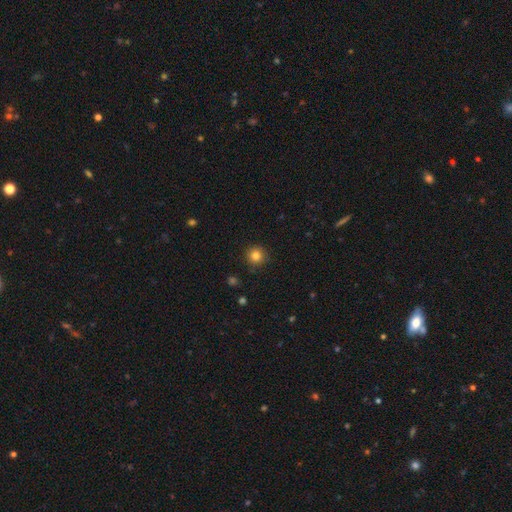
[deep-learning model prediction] Morphology: type=smooth (83%); roundness=round (94%); merging=none (90%).